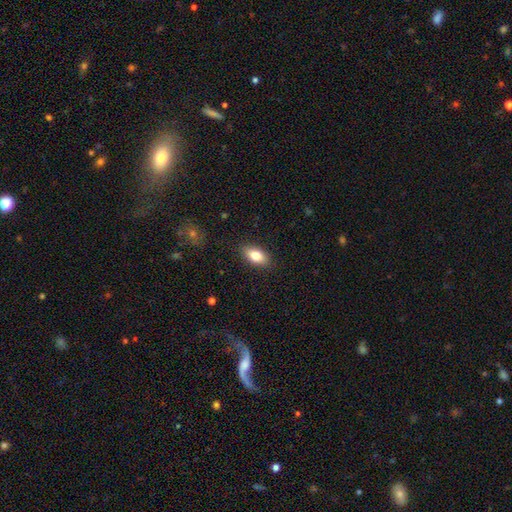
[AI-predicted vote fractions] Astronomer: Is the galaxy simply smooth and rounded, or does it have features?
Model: smooth — 79%.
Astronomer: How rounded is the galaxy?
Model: in between — 89%.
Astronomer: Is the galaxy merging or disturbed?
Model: none — 87%.